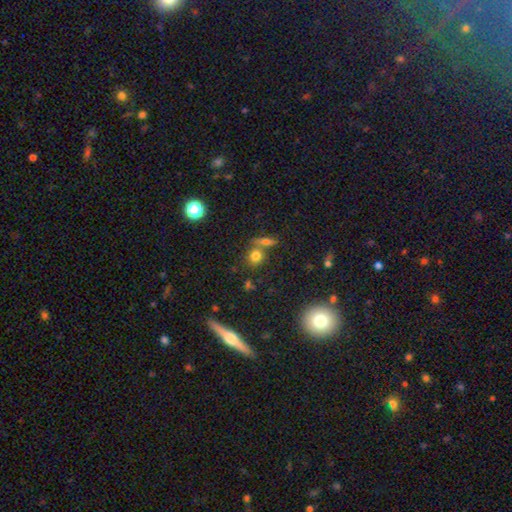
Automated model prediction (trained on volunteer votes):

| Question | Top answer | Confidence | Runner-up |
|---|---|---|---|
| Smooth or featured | smooth | 74% | star or artifact (16%) |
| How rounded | round | 77% | in between (20%) |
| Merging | none | 63% | merger (24%) |